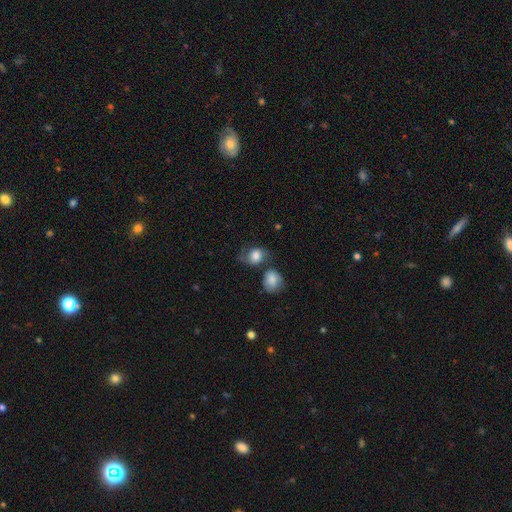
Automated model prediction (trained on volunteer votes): Smooth or featured? smooth (73%)
How rounded? round (57%)
Merging? none (40%)